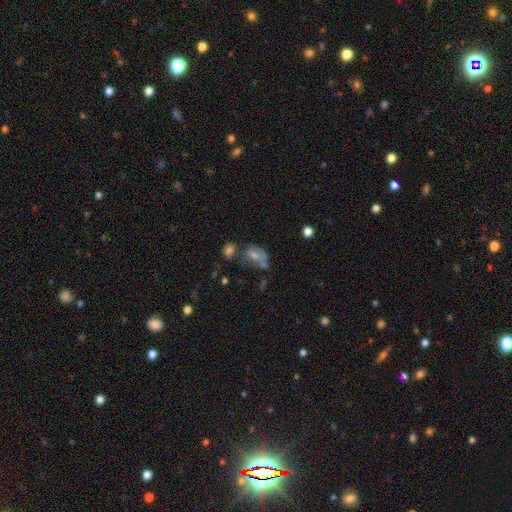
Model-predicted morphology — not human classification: Overall: smooth (56%; featured or disk 32%). How rounded: in between (76%). Merging: none (31%; merger 25%).